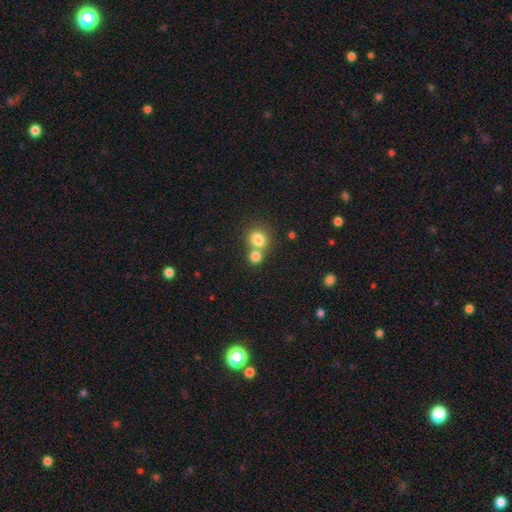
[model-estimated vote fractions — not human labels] smooth_or_featured: smooth (p=0.80) [alt: star or artifact p=0.11]
how_rounded: round (p=0.81) [alt: in between p=0.18]
merging: merger (p=0.49) [alt: none p=0.43]